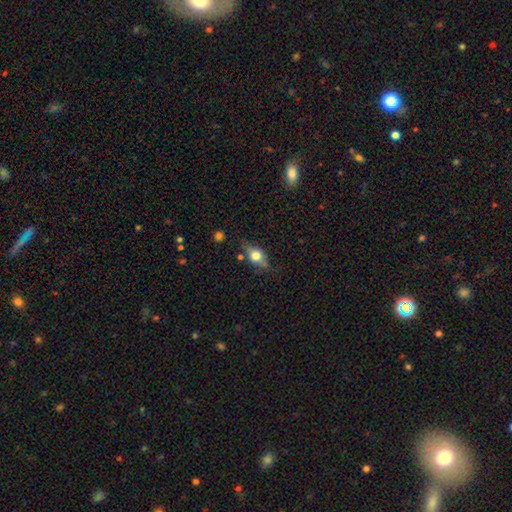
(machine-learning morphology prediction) smooth_or_featured: smooth (p=0.60) [alt: featured or disk p=0.32]
how_rounded: in between (p=0.72) [alt: round p=0.17]
merging: none (p=0.69) [alt: minor disturbance p=0.22]